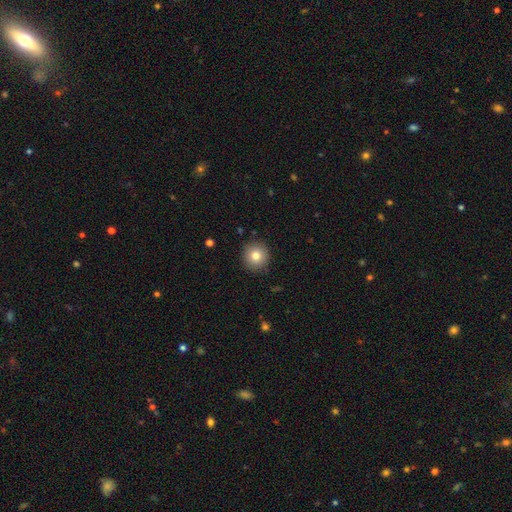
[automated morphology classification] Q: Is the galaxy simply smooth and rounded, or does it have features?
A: smooth — 79%.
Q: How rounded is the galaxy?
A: round — 94%.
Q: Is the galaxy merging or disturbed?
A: none — 90%.